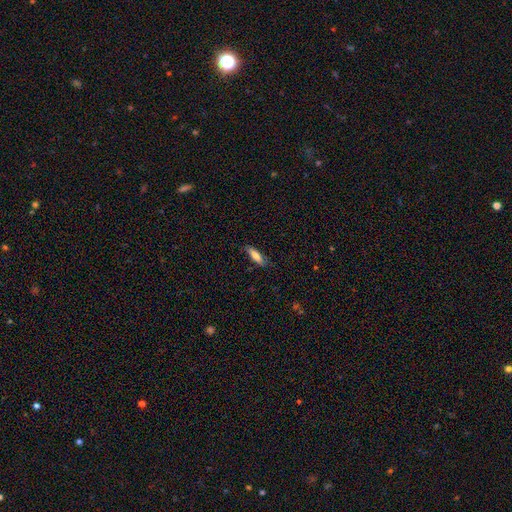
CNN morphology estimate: This appears to be a smooth galaxy with no disk features (77%) that is cigar-shaped (51%). Merging: none (79%).